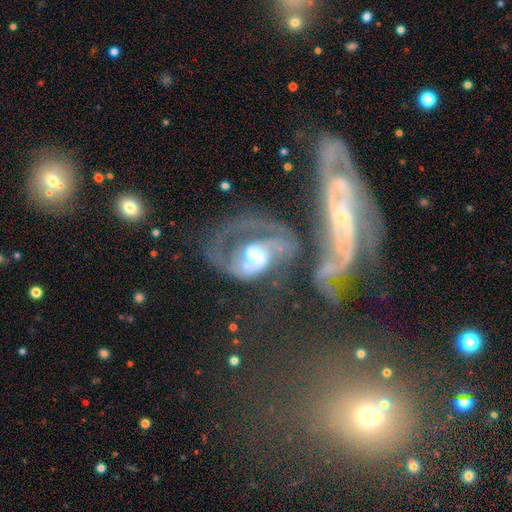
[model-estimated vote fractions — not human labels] Morphology: type=featured or disk (81%); edge-on=no (96%); bar=no (54%); spiral arms=yes (85%); winding=medium (43%); arm count=2 (49%); bulge=moderate (63%); merging=merger (47%).